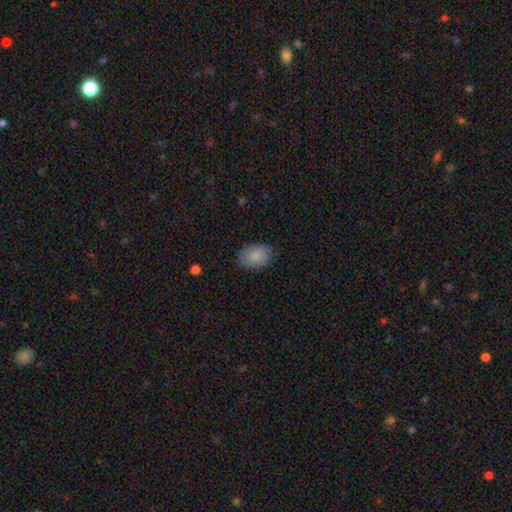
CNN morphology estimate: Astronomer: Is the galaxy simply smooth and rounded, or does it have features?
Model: smooth — 85%.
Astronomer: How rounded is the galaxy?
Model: in between — 84%.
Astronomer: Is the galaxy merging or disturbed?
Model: none — 83%.